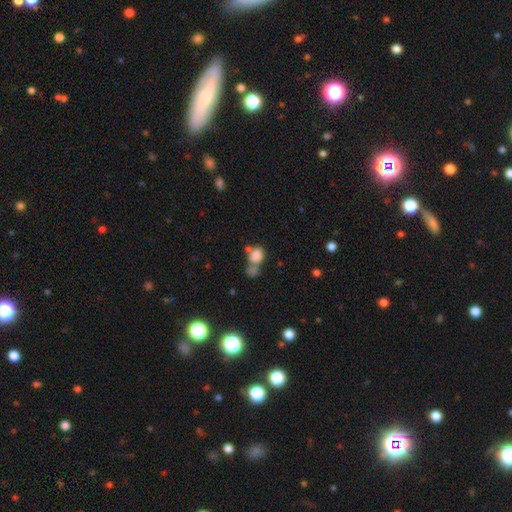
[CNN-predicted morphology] A smooth galaxy with no disk features (80%) that is in between round and cigar-shaped (53%).

Vote fractions:
- Smooth or featured? smooth: 80% / star or artifact: 11% / featured or disk: 9%
- How rounded? in between: 53% / round: 45% / cigar-shaped: 2%
- Merging? merger: 51% / none: 28% / minor disturbance: 11% / major disturbance: 10%